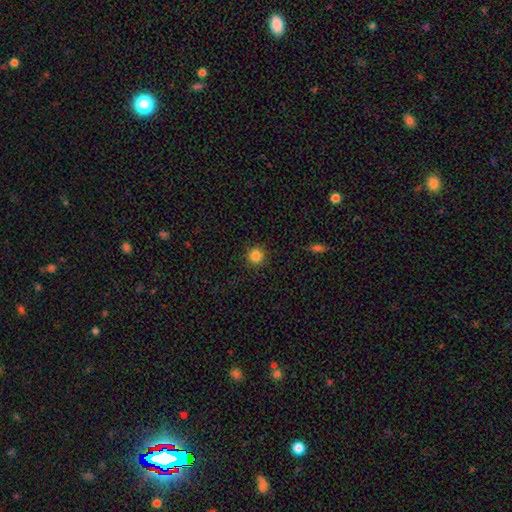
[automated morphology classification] A smooth galaxy with no disk features (85%) that is round (95%). Merging: none (92%).